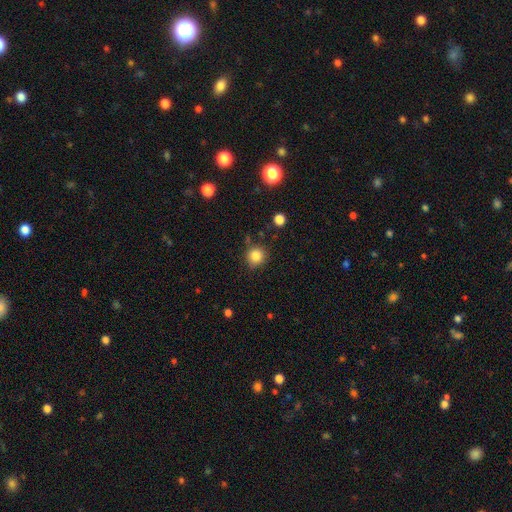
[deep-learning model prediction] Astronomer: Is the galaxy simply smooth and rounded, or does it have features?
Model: smooth — 84%.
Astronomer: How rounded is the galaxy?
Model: round — 89%.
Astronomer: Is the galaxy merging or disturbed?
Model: none — 80%.